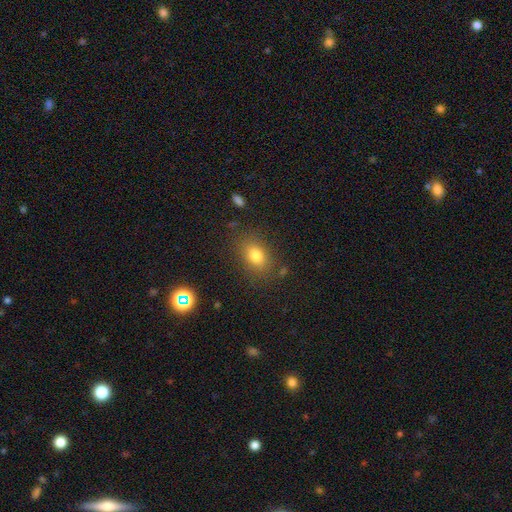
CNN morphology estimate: A smooth galaxy with no disk features (79%) that is in between round and cigar-shaped (71%). Merging: none (81%).